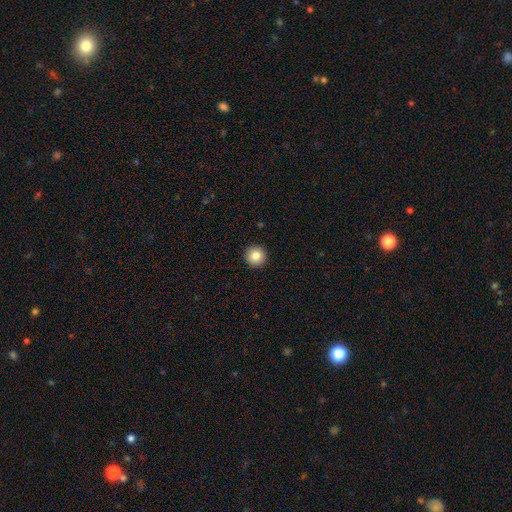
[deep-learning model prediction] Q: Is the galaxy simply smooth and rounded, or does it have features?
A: smooth — 83%.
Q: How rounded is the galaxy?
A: round — 96%.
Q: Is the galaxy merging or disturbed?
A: none — 93%.